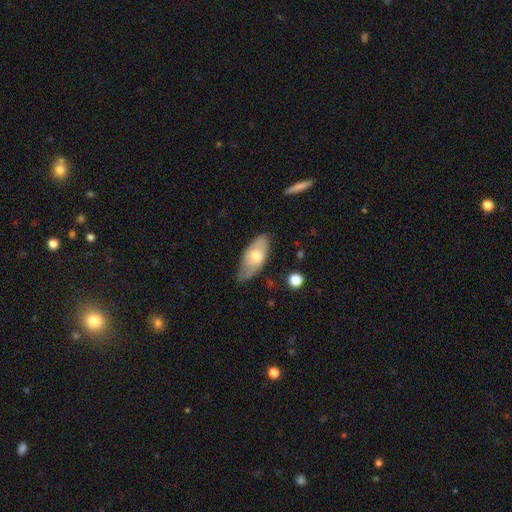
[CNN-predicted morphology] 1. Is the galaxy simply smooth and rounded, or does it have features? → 58% smooth, 36% featured or disk, 6% star or artifact.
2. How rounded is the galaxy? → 88% in between, 9% cigar-shaped, 3% round.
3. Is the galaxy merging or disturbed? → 55% none, 35% minor disturbance, 8% major disturbance, 2% merger.